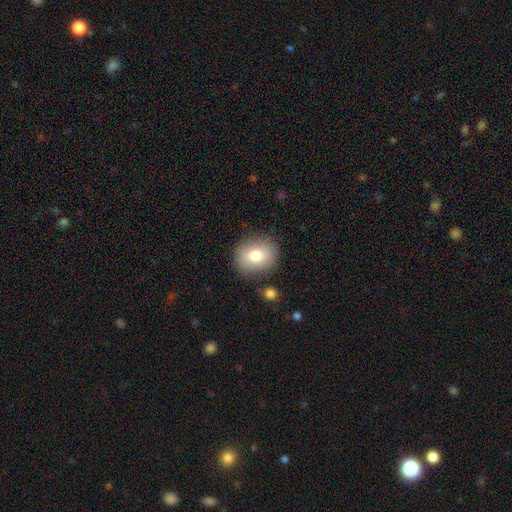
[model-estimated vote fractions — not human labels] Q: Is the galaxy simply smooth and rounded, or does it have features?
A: smooth — 76%.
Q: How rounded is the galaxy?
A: round — 65%.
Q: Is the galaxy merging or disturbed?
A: none — 83%.